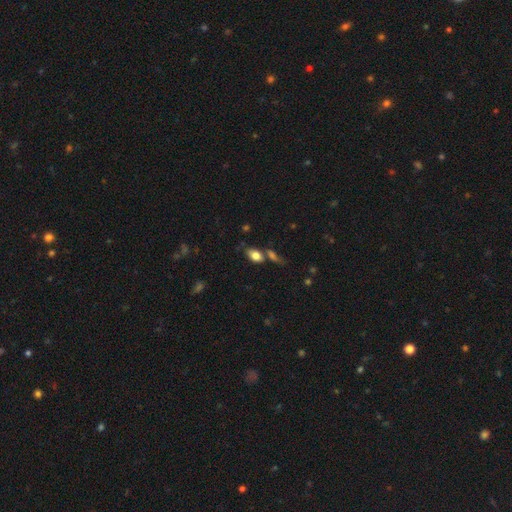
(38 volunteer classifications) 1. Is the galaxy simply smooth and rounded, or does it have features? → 79% smooth, 13% featured or disk, 8% star or artifact.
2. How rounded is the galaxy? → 93% in between, 7% round, 0% cigar-shaped.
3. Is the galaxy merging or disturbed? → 60% none, 29% merger, 6% minor disturbance, 6% major disturbance.